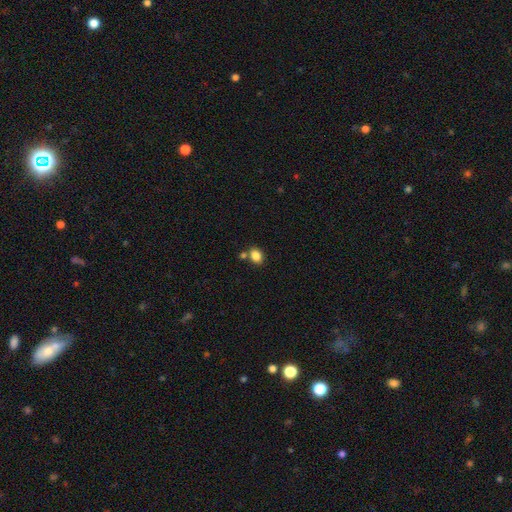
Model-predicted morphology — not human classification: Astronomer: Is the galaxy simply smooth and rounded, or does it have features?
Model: smooth — 84%.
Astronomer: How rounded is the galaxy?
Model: in between — 62% (runner-up: round, 37%).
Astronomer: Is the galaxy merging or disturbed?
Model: none — 69%.